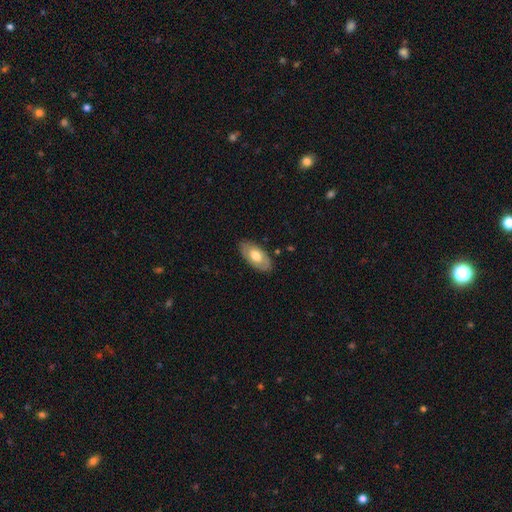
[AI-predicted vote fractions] The model was most divided on "smooth or featured": smooth: 59%, featured or disk: 36%, star or artifact: 5%. More confident: how rounded — in between (93%); merging — none (84%).